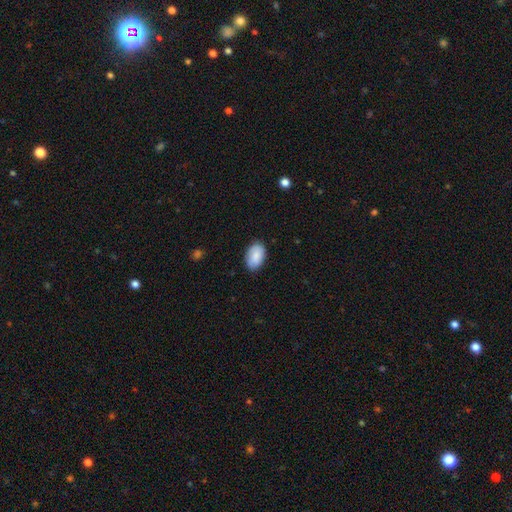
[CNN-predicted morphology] type=smooth (87%); roundness=in between (92%); merging=none (84%).